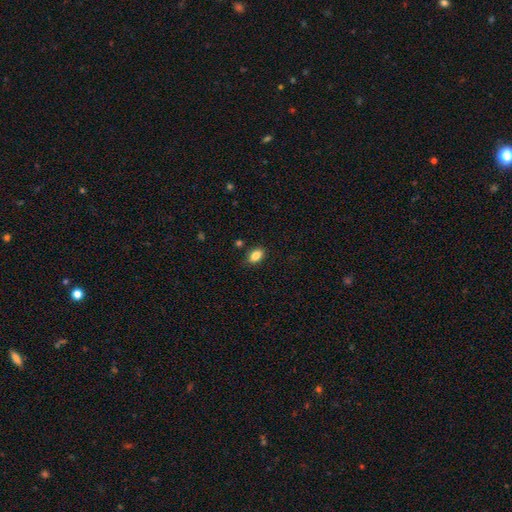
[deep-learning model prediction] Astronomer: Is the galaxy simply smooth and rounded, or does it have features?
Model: smooth — 86%.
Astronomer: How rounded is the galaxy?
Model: in between — 88%.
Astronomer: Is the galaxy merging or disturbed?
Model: none — 84%.